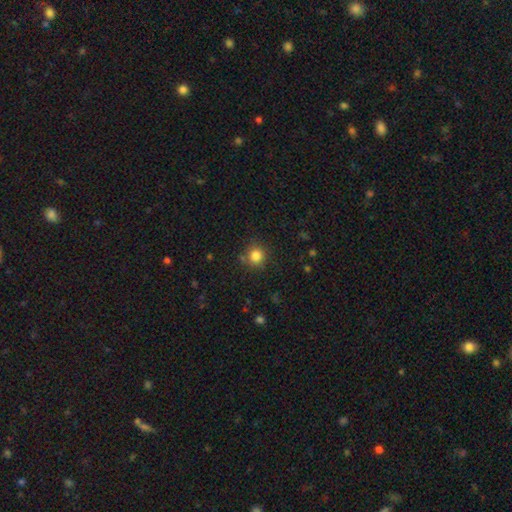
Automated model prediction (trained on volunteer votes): Overall: smooth (83%). How rounded: round (92%). Merging: none (82%).